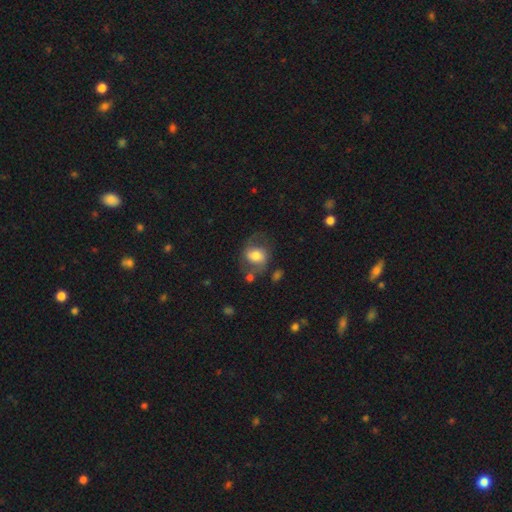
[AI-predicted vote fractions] featured or disk 48%, smooth 44%, star or artifact 8%. Down the decision tree: merging — none (56%).